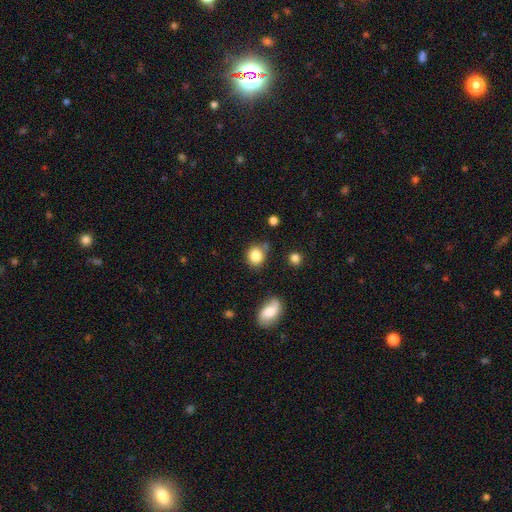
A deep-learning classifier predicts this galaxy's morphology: Smooth or featured? smooth (84%)
How rounded? round (71%)
Merging? none (71%)